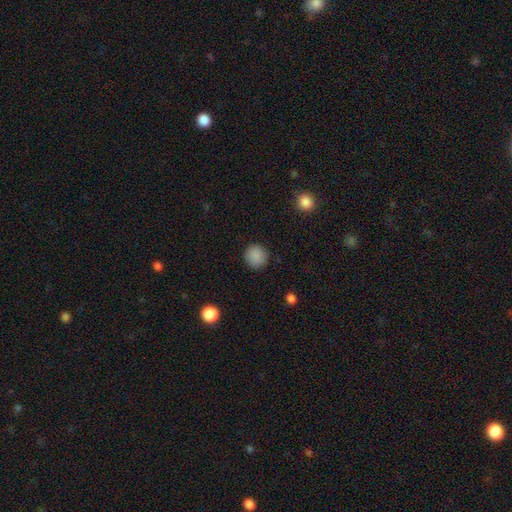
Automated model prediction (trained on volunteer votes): Smooth or featured: smooth — 88% (star or artifact — 9%)
How rounded: round — 93% (in between — 6%)
Merging: none — 90% (minor disturbance — 7%)